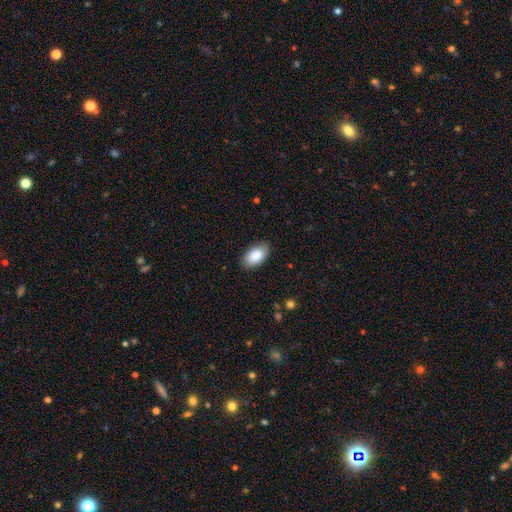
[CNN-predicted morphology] This is clearly a smooth galaxy (89%). How rounded: clearly in between (95%). Merging: clearly none (86%).